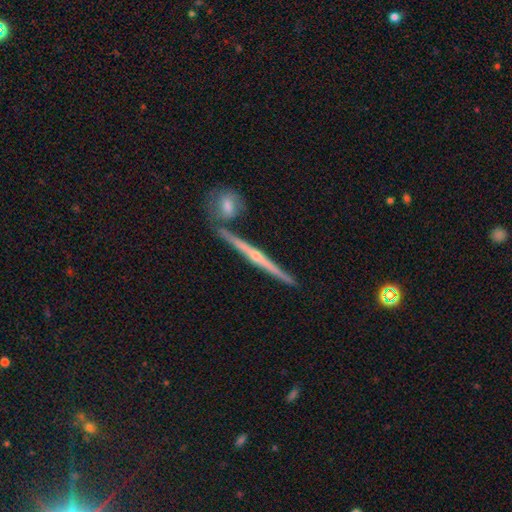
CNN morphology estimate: Smooth or featured? featured or disk (80%)
Edge-on disk? yes (98%)
Edge-on bulge? rounded (76%)
Merging? none (81%)